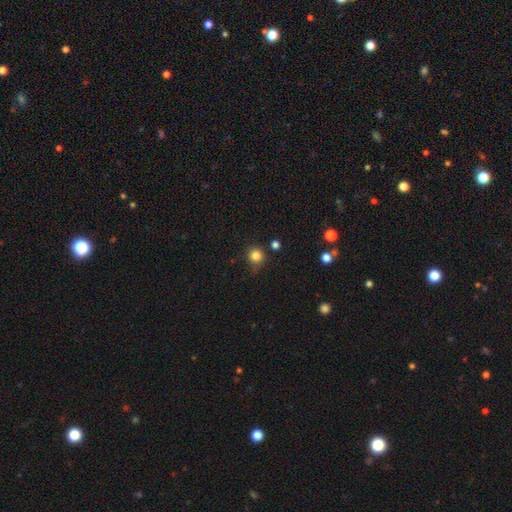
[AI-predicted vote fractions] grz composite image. It shows a smooth galaxy with no disk features (83%) that is round (92%). Merging: none (76%).